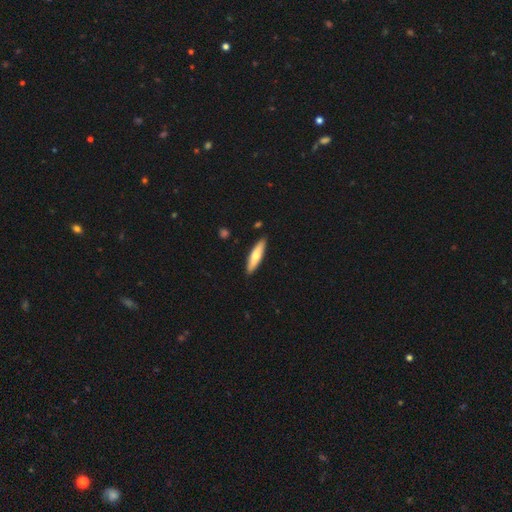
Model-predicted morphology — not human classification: Q: Smooth or featured?
A: smooth (64%); runner-up: featured or disk (31%)
Q: How rounded?
A: cigar-shaped (73%); runner-up: in between (25%)
Q: Merging?
A: none (89%); runner-up: minor disturbance (8%)